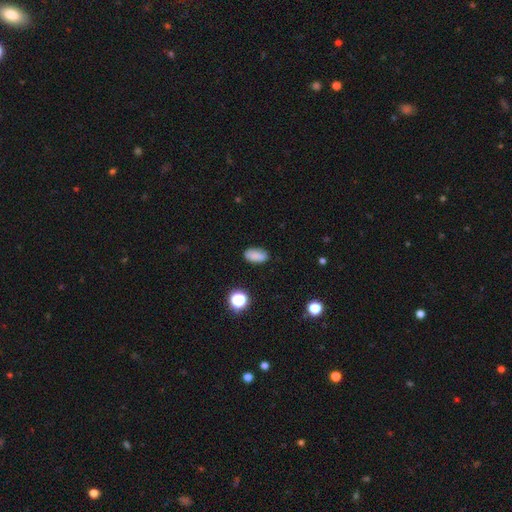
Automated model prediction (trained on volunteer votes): Smooth or featured: smooth — 81% (star or artifact — 12%)
How rounded: in between — 89% (round — 6%)
Merging: none — 83% (minor disturbance — 12%)